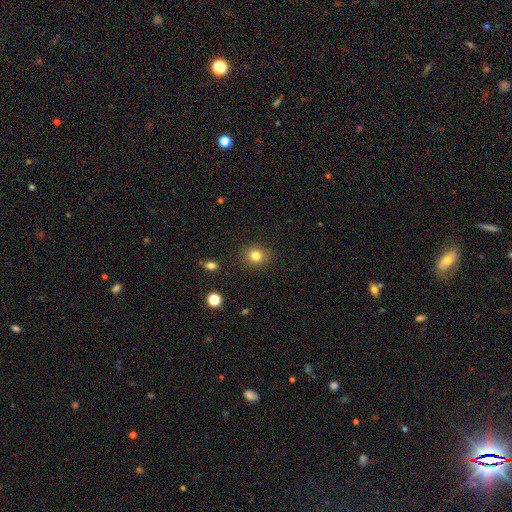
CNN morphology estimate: Smooth or featured? smooth (81%)
How rounded? round (76%)
Merging? none (89%)